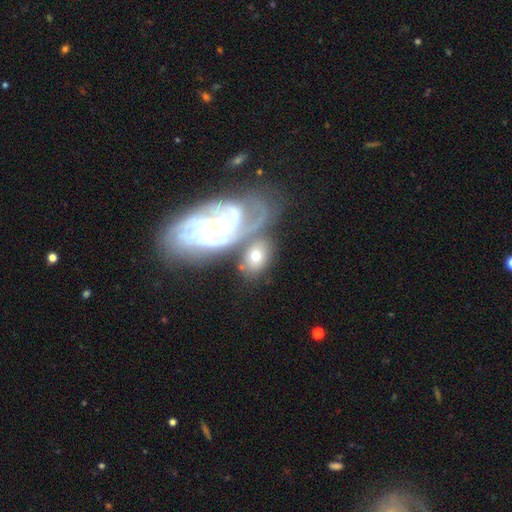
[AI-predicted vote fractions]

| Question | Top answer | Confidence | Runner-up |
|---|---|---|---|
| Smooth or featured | smooth | 50% | featured or disk (43%) |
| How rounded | in between | 77% | round (21%) |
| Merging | none | 50% | merger (26%) |